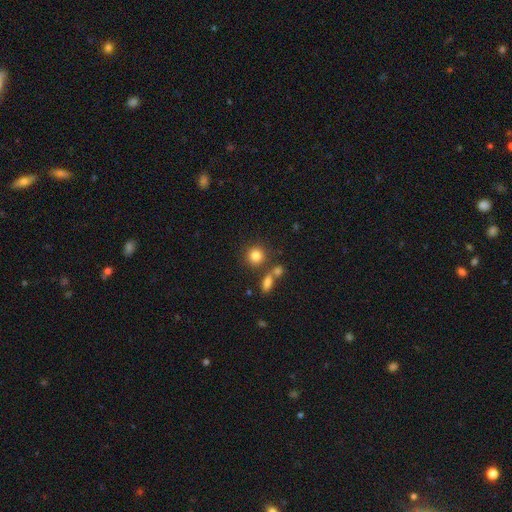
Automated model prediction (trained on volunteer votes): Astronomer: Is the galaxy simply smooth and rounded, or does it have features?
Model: smooth — 82%.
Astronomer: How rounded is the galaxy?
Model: round — 87%.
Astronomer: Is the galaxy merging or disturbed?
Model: none — 74%.